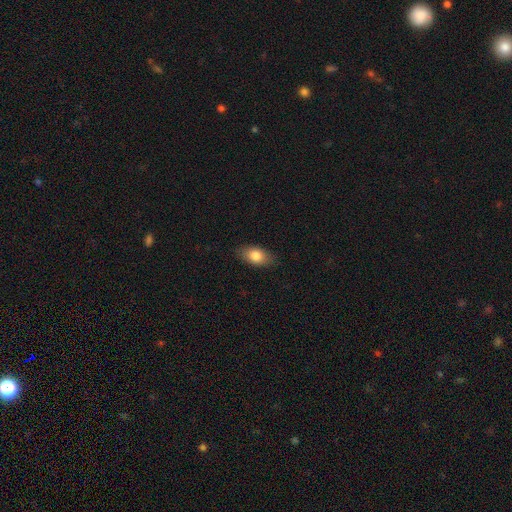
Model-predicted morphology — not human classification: A smooth galaxy with no disk features (81%) that is in between round and cigar-shaped (89%). Merging: none (85%).